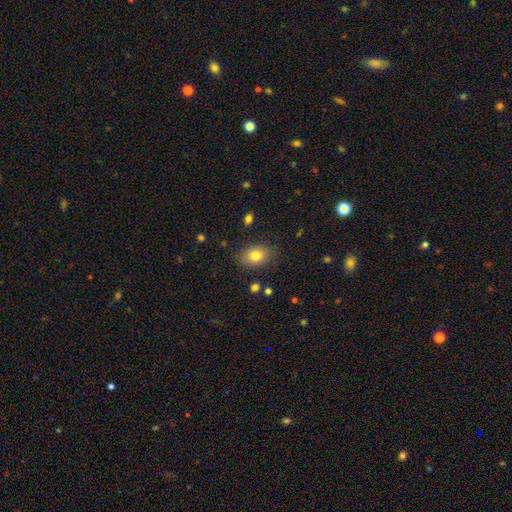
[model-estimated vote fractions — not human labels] smooth_or_featured: smooth (p=0.78) [alt: featured or disk p=0.12]
how_rounded: in between (p=0.73) [alt: round p=0.26]
merging: none (p=0.84) [alt: minor disturbance p=0.11]